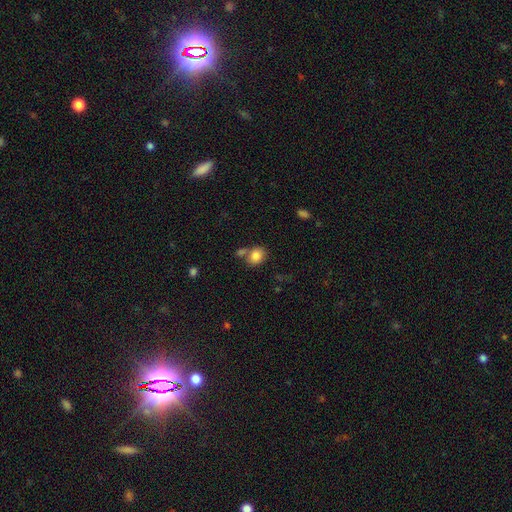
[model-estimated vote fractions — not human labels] Smooth or featured?
  - smooth: 84% *
  - star or artifact: 9%
  - featured or disk: 7%
How rounded?
  - round: 56% *
  - in between: 43%
  - cigar-shaped: 1%
Merging?
  - none: 59% *
  - merger: 23%
  - minor disturbance: 13%
  - major disturbance: 5%